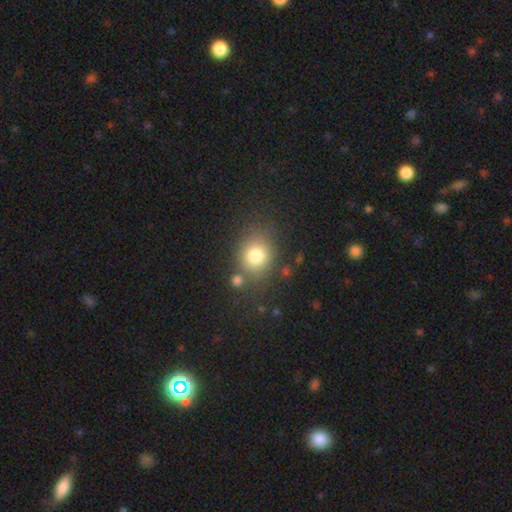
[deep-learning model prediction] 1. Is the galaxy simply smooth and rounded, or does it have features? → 79% smooth, 11% star or artifact, 10% featured or disk.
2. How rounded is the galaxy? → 62% round, 37% in between, 1% cigar-shaped.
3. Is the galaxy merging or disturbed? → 70% none, 14% minor disturbance, 10% merger, 6% major disturbance.